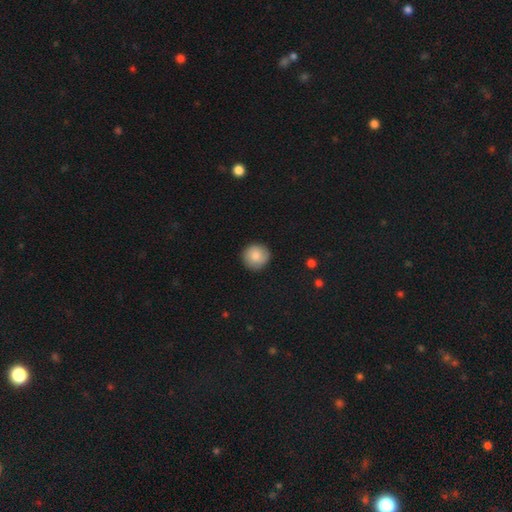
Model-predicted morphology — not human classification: Smooth or featured? Predicted: smooth (p=0.82). How rounded? Predicted: round (p=0.93). Merging? Predicted: none (p=0.88).